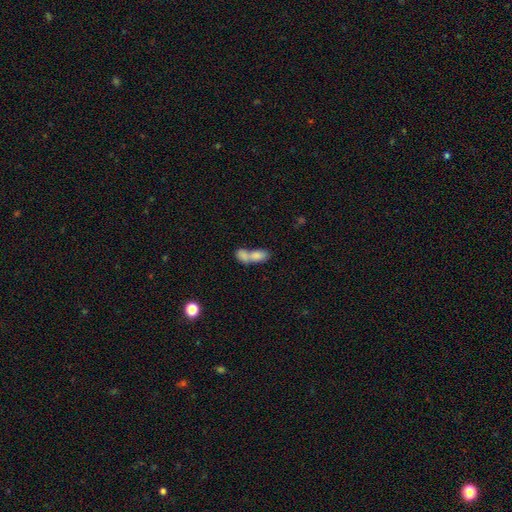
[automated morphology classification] A smooth galaxy with no disk features (79%) that is in between round and cigar-shaped (85%).

Vote fractions:
- Smooth or featured? smooth: 79% / featured or disk: 13% / star or artifact: 8%
- How rounded? in between: 85% / round: 8% / cigar-shaped: 7%
- Merging? merger: 75% / none: 16% / minor disturbance: 5% / major disturbance: 3%